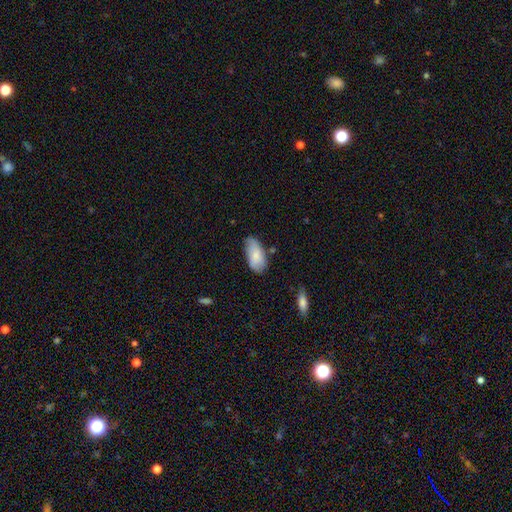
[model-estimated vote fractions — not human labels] Morphology: type=smooth (77%); roundness=in between (93%); merging=none (64%).